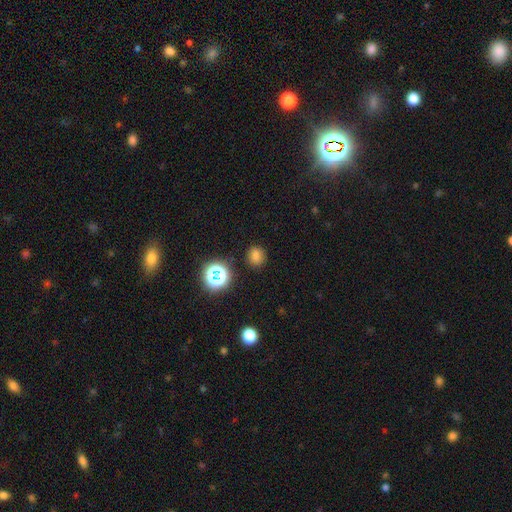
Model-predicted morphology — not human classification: Smooth or featured? smooth (74%)
How rounded? round (71%)
Merging? none (87%)